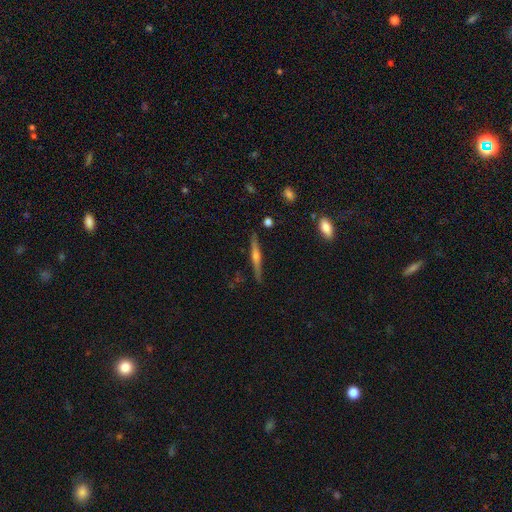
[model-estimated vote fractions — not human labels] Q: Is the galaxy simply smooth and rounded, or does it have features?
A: featured or disk — 70%.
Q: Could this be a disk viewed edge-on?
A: yes — 98%.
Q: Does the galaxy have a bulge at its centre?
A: rounded — 83%.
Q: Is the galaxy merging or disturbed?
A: none — 89%.